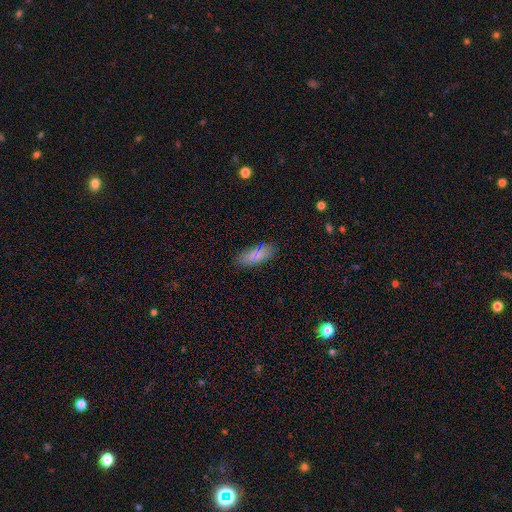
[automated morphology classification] smooth 77%, featured or disk 12%, star or artifact 11%. Down the decision tree: how rounded — in between (81%); merging — none (85%).